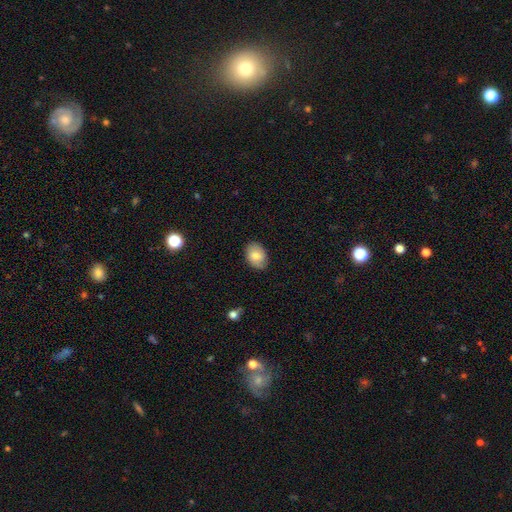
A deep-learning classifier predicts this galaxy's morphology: A smooth galaxy with no disk features (69%) that is in between round and cigar-shaped (80%). Merging: none (79%).